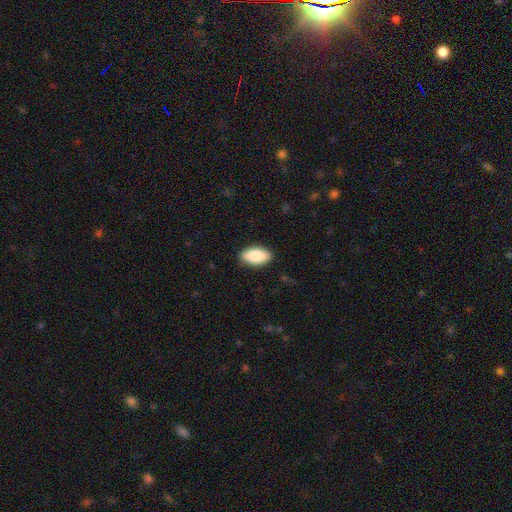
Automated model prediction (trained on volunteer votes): A smooth galaxy with no disk features (85%) that is in between round and cigar-shaped (91%). Merging: none (88%).